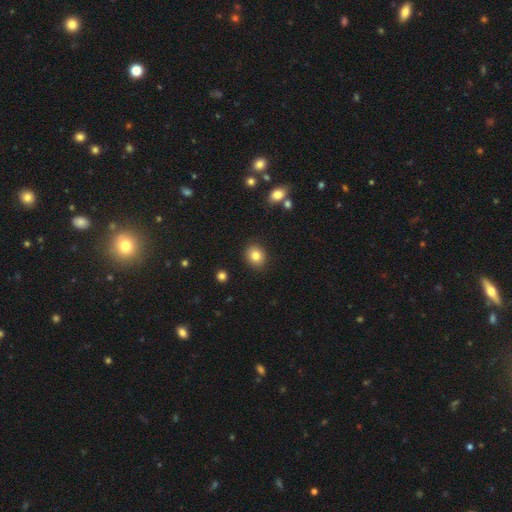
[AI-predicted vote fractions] Smooth or featured?
  - smooth: 83% *
  - star or artifact: 10%
  - featured or disk: 7%
How rounded?
  - round: 66% *
  - in between: 33%
  - cigar-shaped: 1%
Merging?
  - none: 89% *
  - minor disturbance: 8%
  - major disturbance: 2%
  - merger: 2%